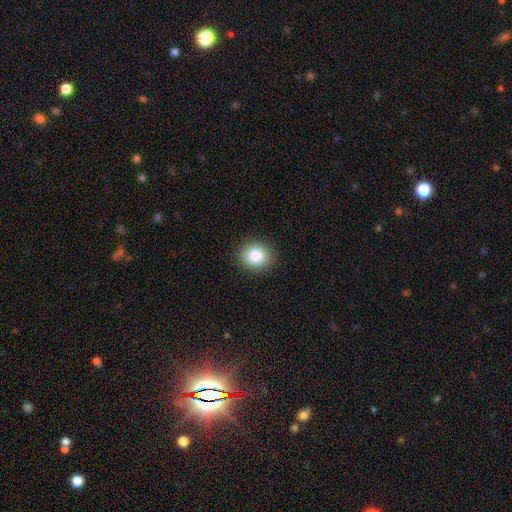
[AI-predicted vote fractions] A smooth galaxy with no disk features (83%) that is round (70%). Merging: none (90%).